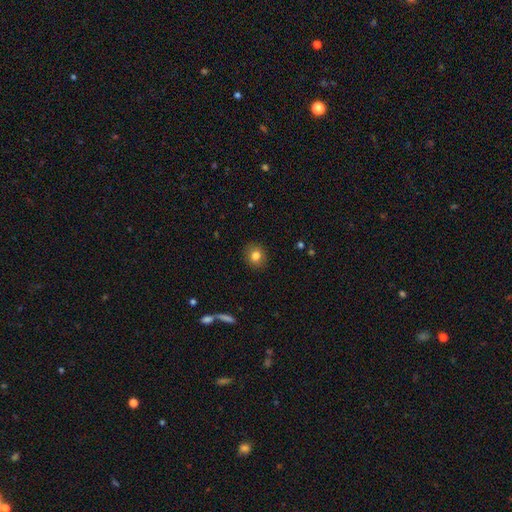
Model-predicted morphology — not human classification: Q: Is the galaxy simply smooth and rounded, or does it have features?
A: smooth — 81%.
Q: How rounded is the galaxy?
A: round — 79%.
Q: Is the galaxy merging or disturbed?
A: none — 90%.